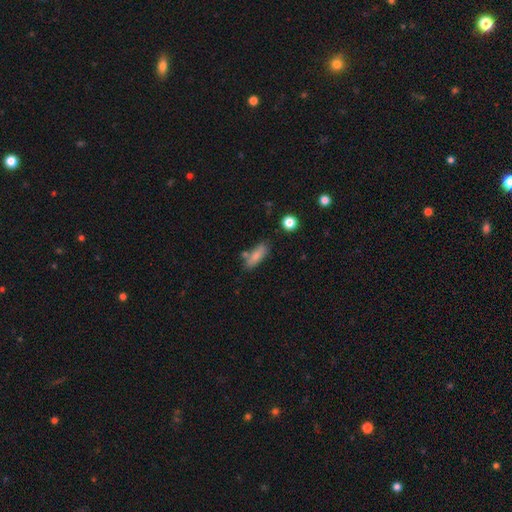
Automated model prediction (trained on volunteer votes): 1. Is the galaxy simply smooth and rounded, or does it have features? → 77% smooth, 15% featured or disk, 8% star or artifact.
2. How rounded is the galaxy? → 62% in between, 35% cigar-shaped, 3% round.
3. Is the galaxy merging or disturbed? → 65% none, 18% minor disturbance, 12% merger, 5% major disturbance.